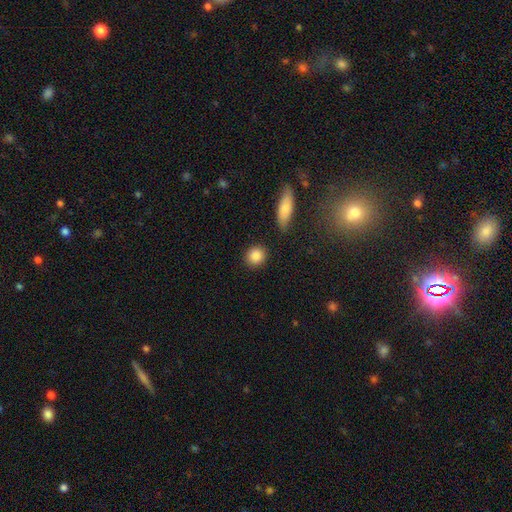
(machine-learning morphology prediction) Smooth or featured: smooth — 87% (star or artifact — 8%)
How rounded: round — 84% (in between — 15%)
Merging: none — 88% (minor disturbance — 7%)